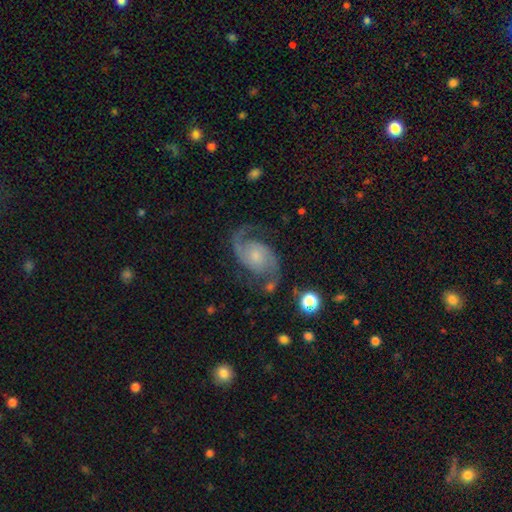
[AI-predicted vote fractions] The model was most divided on "bulge size": small: 52%, moderate: 32%, none: 10%, large: 5%, dominant: 2%. More confident: edge-on disk — no (98%); spiral arms — yes (98%); spiral arm count — 2 (93%); smooth or featured — featured or disk (89%); merging — none (74%); bar — no (67%); spiral winding — medium (54%).